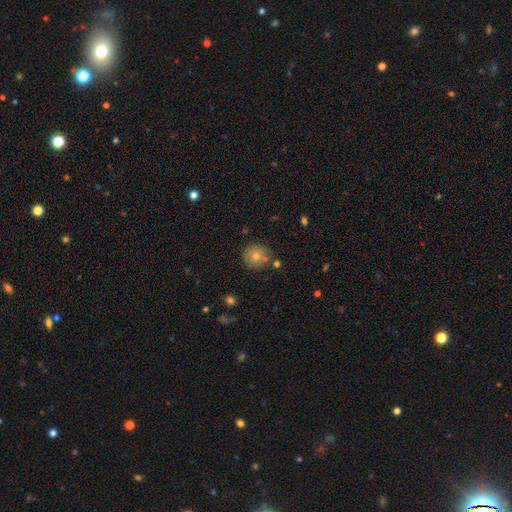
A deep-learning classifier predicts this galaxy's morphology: smooth-or-featured: smooth: 67% | featured or disk: 19% | star or artifact: 15%
  how-rounded: round: 93% | in between: 6% | cigar-shaped: 1%
  merging: none: 83% | minor disturbance: 10% | merger: 5% | major disturbance: 2%